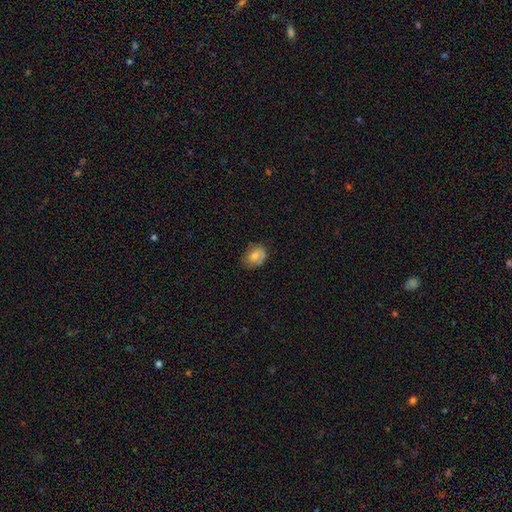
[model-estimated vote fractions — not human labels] A smooth galaxy with no disk features (71%) that is in between round and cigar-shaped (60%).

Vote fractions:
- Smooth or featured? smooth: 71% / featured or disk: 21% / star or artifact: 9%
- How rounded? in between: 60% / round: 39% / cigar-shaped: 1%
- Merging? none: 63% / minor disturbance: 27% / major disturbance: 8% / merger: 2%